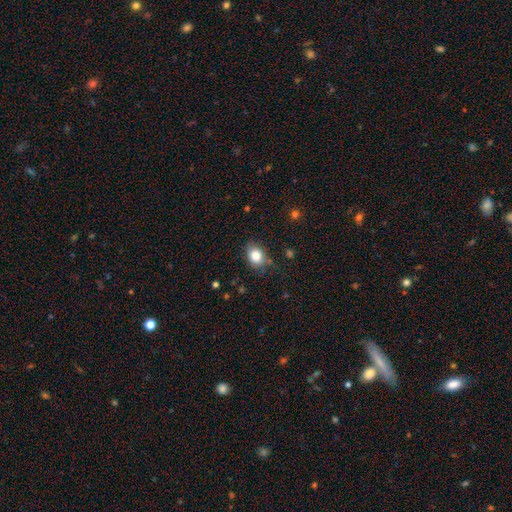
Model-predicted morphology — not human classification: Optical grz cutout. It shows a smooth galaxy with no disk features (82%) that is in between round and cigar-shaped (60%). Merging: none (71%).